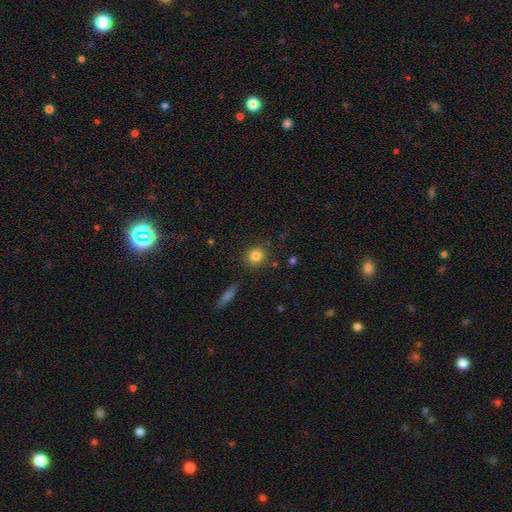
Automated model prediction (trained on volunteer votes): Smooth or featured? smooth (83%)
How rounded? round (83%)
Merging? none (85%)